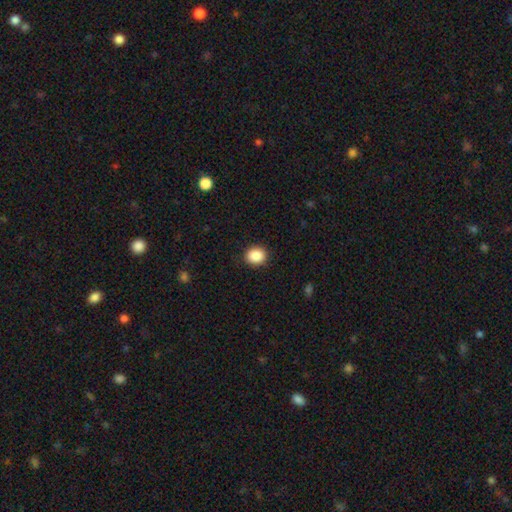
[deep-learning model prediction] The model was most divided on "how rounded": round: 74%, in between: 25%, cigar-shaped: 1%. More confident: merging — none (91%); smooth or featured — smooth (89%).